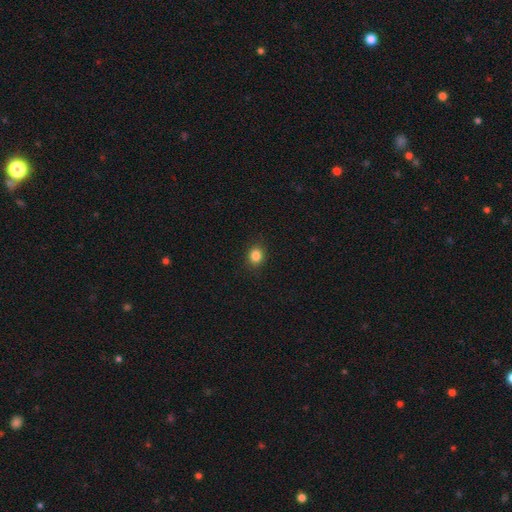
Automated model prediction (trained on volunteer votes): Morphology: type=smooth (84%); roundness=round (70%); merging=none (89%).